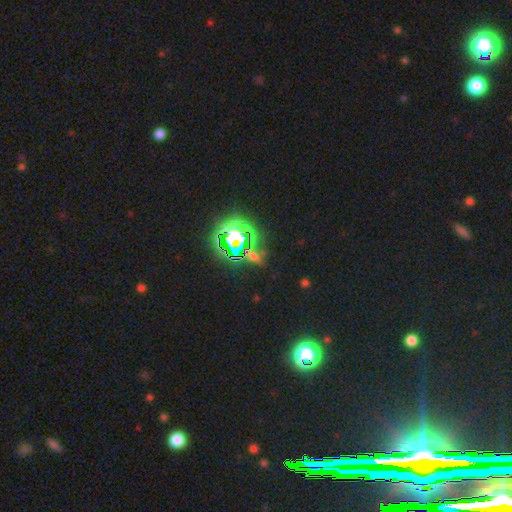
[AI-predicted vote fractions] Overall: star or artifact (84%).